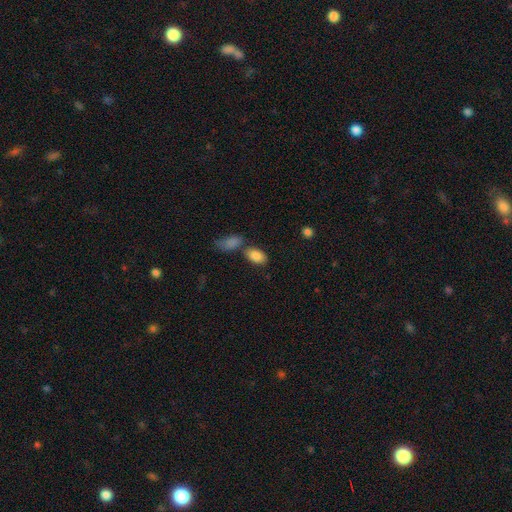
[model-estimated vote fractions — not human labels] A smooth galaxy with no disk features (86%) that is in between round and cigar-shaped (93%).

Vote fractions:
- Smooth or featured? smooth: 86% / star or artifact: 7% / featured or disk: 6%
- How rounded? in between: 93% / round: 5% / cigar-shaped: 2%
- Merging? none: 60% / merger: 23% / minor disturbance: 13% / major disturbance: 4%